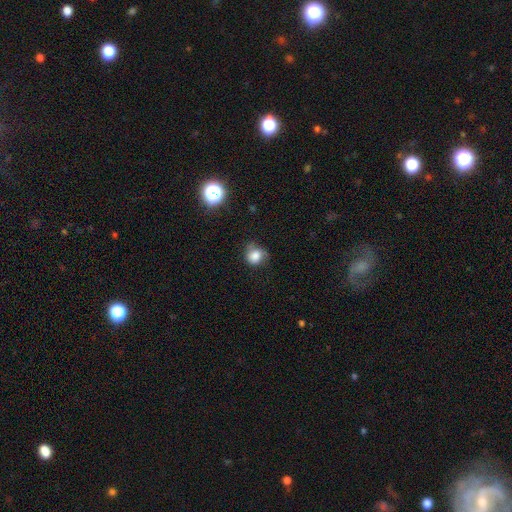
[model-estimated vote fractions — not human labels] Smooth or featured? smooth (76%)
How rounded? round (74%)
Merging? none (49%)